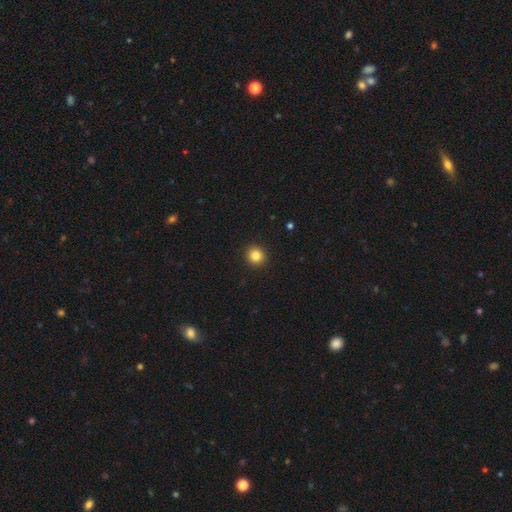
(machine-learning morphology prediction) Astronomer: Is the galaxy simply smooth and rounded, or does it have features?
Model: smooth — 83%.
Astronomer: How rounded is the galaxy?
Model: round — 89%.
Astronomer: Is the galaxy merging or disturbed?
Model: none — 93%.